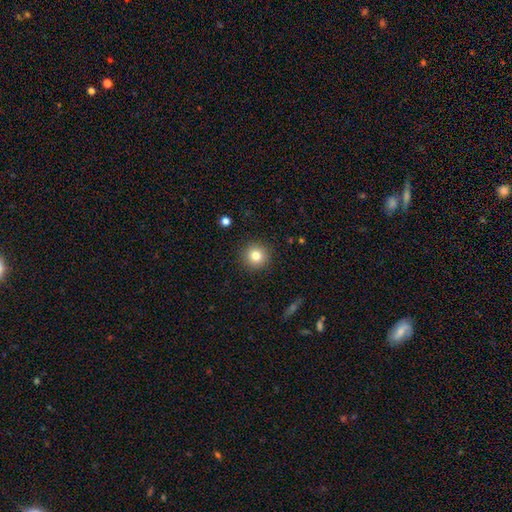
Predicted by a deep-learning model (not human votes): smooth_or_featured: smooth (p=0.81) [alt: star or artifact p=0.11]
how_rounded: round (p=0.95) [alt: in between p=0.04]
merging: none (p=0.92) [alt: minor disturbance p=0.05]